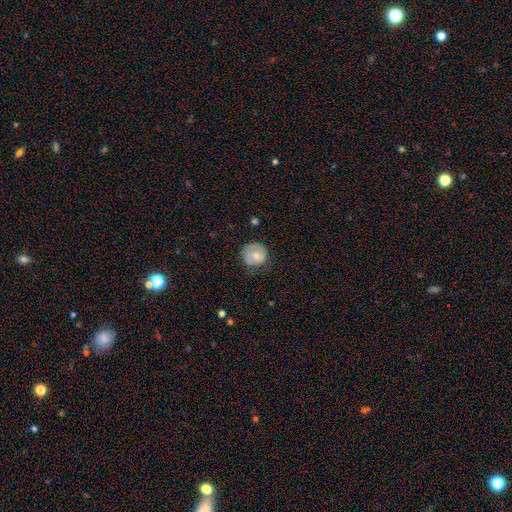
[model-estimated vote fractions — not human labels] A smooth galaxy with no disk features (56%) that is round (84%). Merging: none (60%).